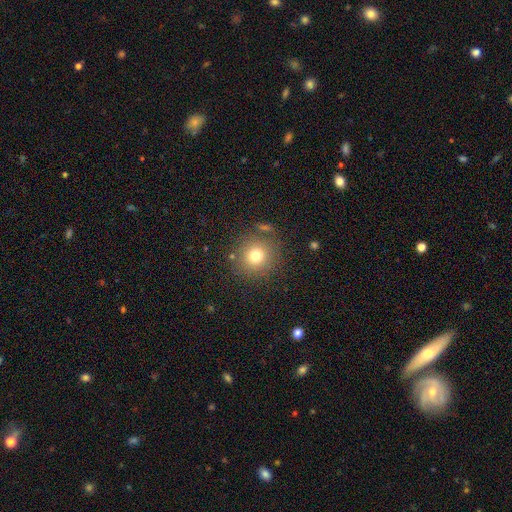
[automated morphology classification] A smooth galaxy with no disk features (75%) that is round (92%).

Vote fractions:
- Smooth or featured? smooth: 75% / star or artifact: 15% / featured or disk: 11%
- How rounded? round: 92% / in between: 7% / cigar-shaped: 1%
- Merging? none: 84% / minor disturbance: 9% / merger: 4% / major disturbance: 4%